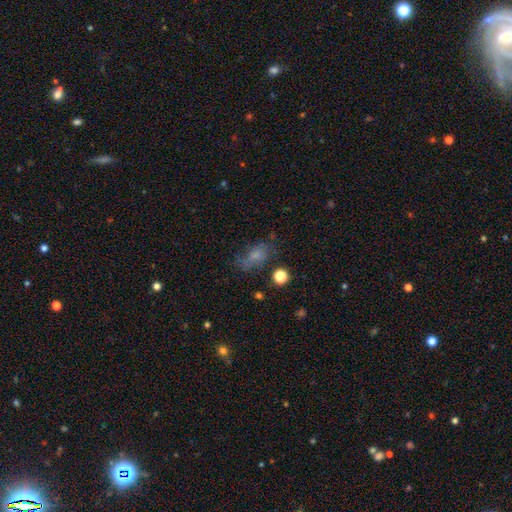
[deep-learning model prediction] Overall: smooth (62%). How rounded: in between (80%). Merging: none (49%; minor disturbance 25%).